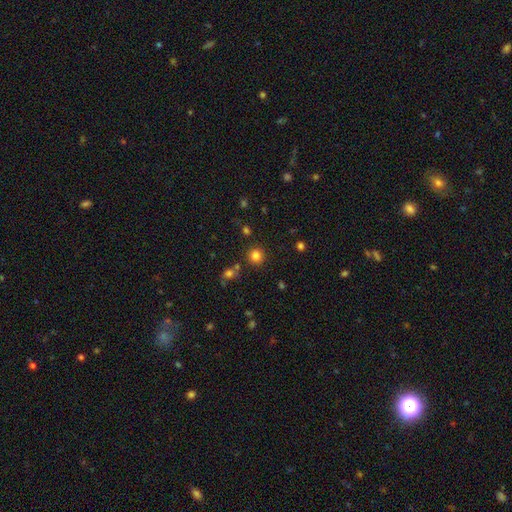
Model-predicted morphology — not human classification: Smooth or featured? Predicted: smooth (p=0.81). How rounded? Predicted: round (p=0.92). Merging? Predicted: none (p=0.85).